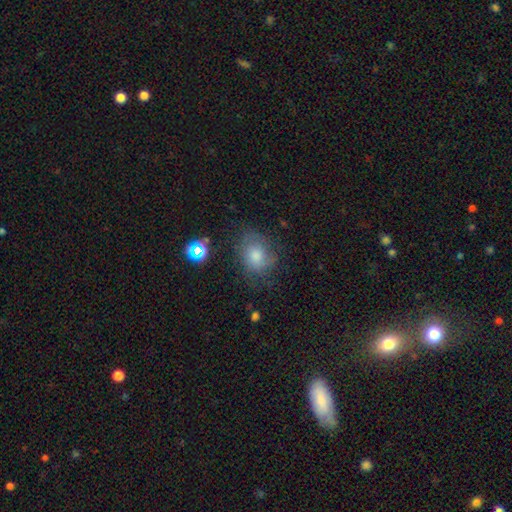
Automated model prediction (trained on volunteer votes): This appears to be a smooth galaxy with no disk features (62%) that is in between round and cigar-shaped (53%). Merging: none (64%).